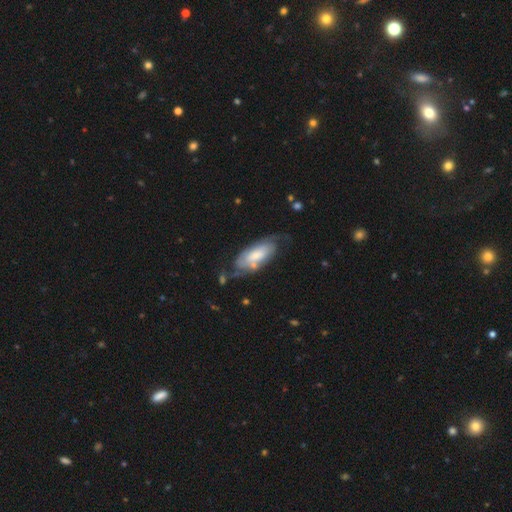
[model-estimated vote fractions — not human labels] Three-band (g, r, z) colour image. It shows a featured or disk galaxy (55%). Merging: none (49%).